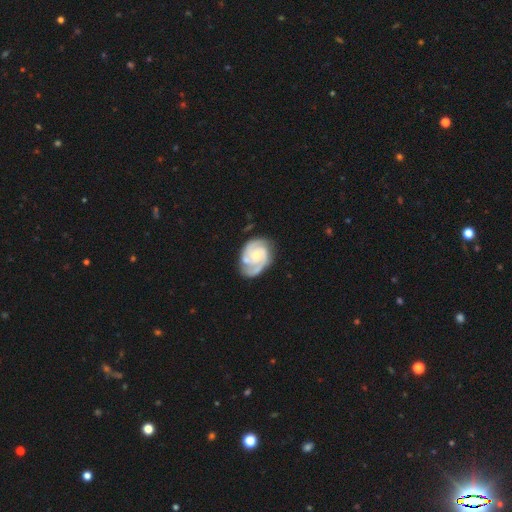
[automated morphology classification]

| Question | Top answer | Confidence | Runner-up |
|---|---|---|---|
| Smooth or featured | featured or disk | 87% | smooth (9%) |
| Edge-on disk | no | 98% | yes (2%) |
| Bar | no | 65% | weak (30%) |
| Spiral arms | yes | 97% | no (3%) |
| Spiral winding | tight | 53% | medium (40%) |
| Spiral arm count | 2 | 59% | 3 (25%) |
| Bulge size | small | 58% | moderate (33%) |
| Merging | none | 70% | minor disturbance (20%) |